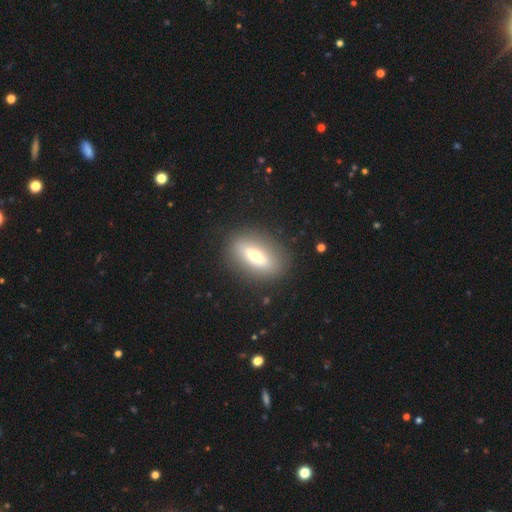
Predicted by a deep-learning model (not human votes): Smooth or featured? smooth (51%)
How rounded? in between (70%)
Merging? none (86%)